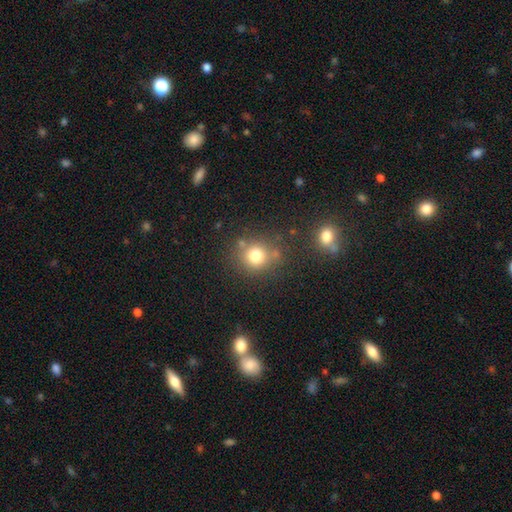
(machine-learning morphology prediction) This appears to be a smooth galaxy with no disk features (76%) that is round (87%). Merging: none (72%).